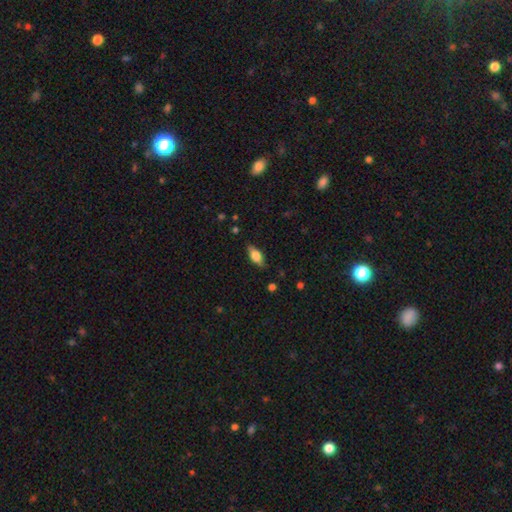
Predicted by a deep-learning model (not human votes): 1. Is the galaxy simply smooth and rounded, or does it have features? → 69% smooth, 23% featured or disk, 7% star or artifact.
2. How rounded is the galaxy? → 81% in between, 15% cigar-shaped, 4% round.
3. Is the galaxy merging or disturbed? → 83% none, 13% minor disturbance, 3% major disturbance, 1% merger.